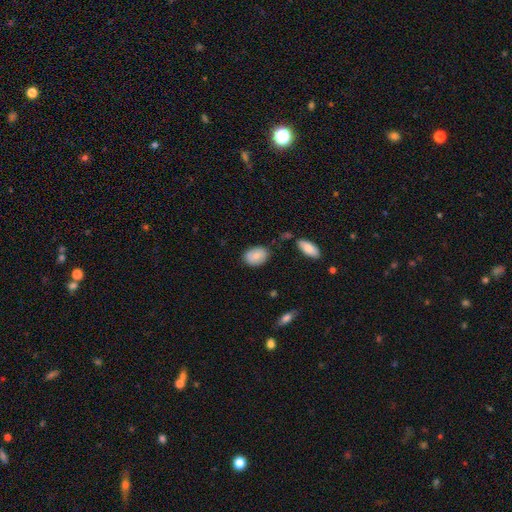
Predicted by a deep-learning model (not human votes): smooth-or-featured: smooth: 82% | featured or disk: 11% | star or artifact: 7%
  how-rounded: in between: 79% | round: 19% | cigar-shaped: 1%
  merging: none: 80% | minor disturbance: 14% | merger: 3% | major disturbance: 3%